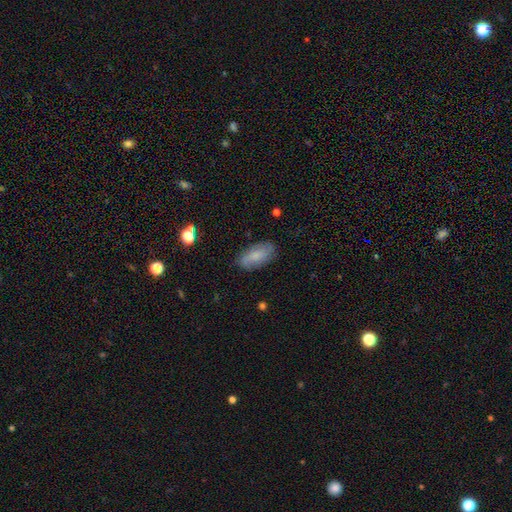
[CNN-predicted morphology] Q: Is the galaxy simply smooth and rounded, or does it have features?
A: smooth — 61%.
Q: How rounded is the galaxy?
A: in between — 89%.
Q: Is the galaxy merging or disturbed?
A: none — 80%.